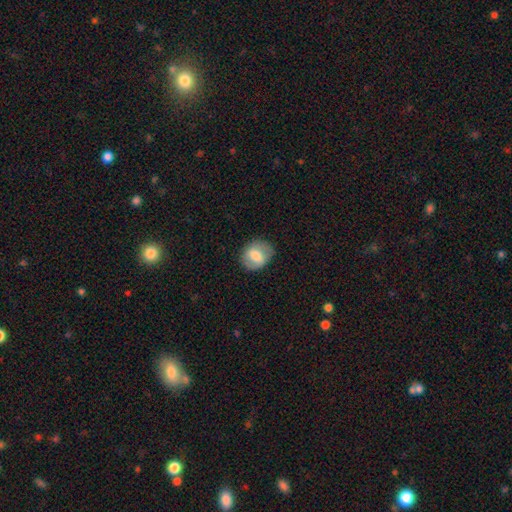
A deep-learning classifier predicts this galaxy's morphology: Overall: smooth (63%; featured or disk 29%). How rounded: in between (52%; round 46%). Merging: none (78%).